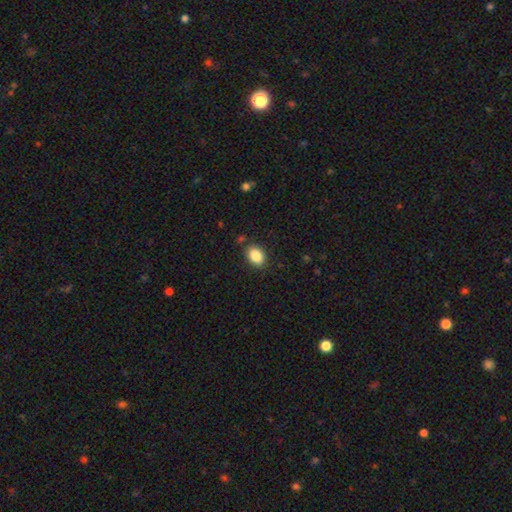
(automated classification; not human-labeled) Q: Smooth or featured?
A: smooth (87%); runner-up: star or artifact (8%)
Q: How rounded?
A: in between (78%); runner-up: round (21%)
Q: Merging?
A: none (86%); runner-up: minor disturbance (10%)